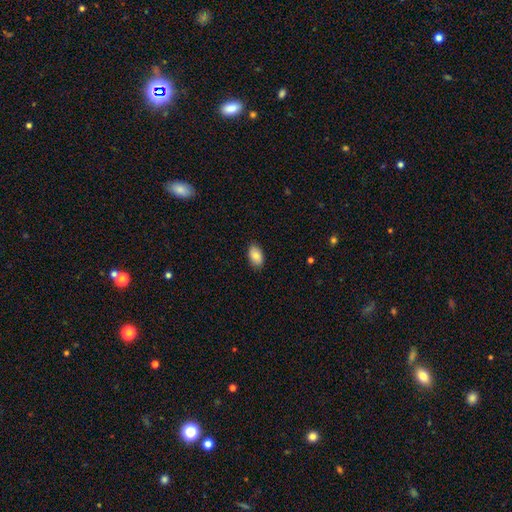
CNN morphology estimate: This appears to be a smooth galaxy with no disk features (84%) that is in between round and cigar-shaped (93%). Merging: none (87%).